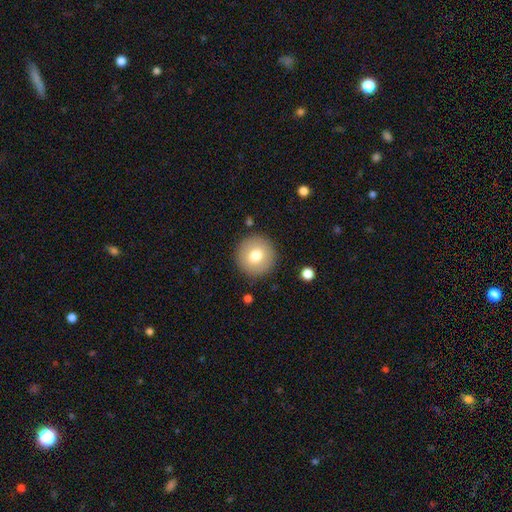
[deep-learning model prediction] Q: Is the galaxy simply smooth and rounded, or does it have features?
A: smooth — 75%.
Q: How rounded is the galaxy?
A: round — 95%.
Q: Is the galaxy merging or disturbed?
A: none — 90%.